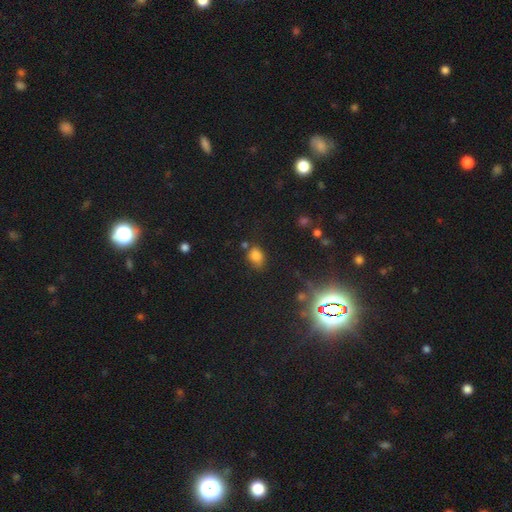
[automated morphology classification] This appears to be a smooth galaxy with no disk features (75%) that is in between round and cigar-shaped (71%). Merging: none (63%).